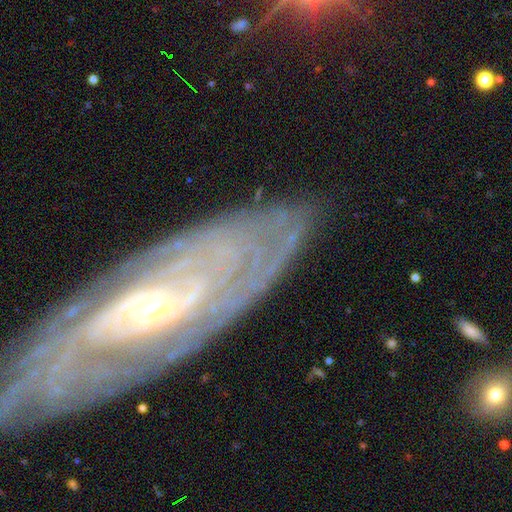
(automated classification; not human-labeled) This is clearly a featured or disk galaxy (83%). It is clearly not viewed edge-on (84%). Bar: possibly no (59%). Spiral arm pattern: clearly yes (91%). Spiral arm count: possibly can't tell (47%). Spiral winding: likely tight (74%). Central bulge: likely small (71%). Merging: clearly none (81%).